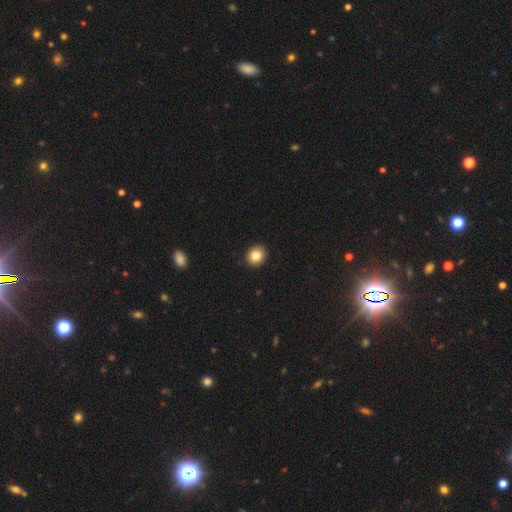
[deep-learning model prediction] The model was most divided on "how rounded": round: 75%, in between: 24%, cigar-shaped: 1%. More confident: merging — none (92%); smooth or featured — smooth (84%).